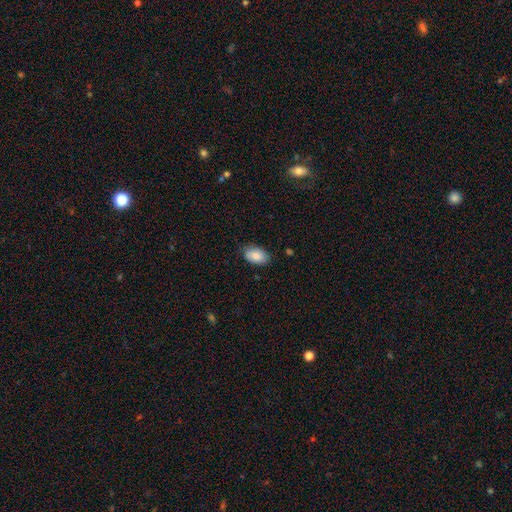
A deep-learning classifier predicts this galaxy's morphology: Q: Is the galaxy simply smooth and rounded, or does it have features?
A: smooth — 84%.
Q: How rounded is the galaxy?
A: in between — 92%.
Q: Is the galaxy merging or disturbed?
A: none — 79%.